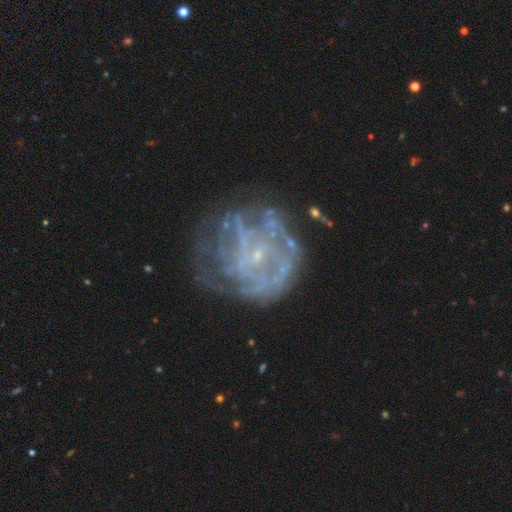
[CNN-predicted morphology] A featured or disk galaxy (76%) with no bar (67%), spiral arms (58%) and a small central bulge (74%).

Vote fractions:
- Smooth or featured? featured or disk: 76% / smooth: 13% / star or artifact: 11%
- Edge-on disk? no: 98% / yes: 2%
- Bar? no: 67% / weak: 26% / strong: 7%
- Spiral arms? yes: 58% / no: 42%
- Bulge size? small: 74% / none: 17% / moderate: 7% / large: 1% / dominant: 1%
- Merging? none: 57% / major disturbance: 20% / minor disturbance: 20% / merger: 3%